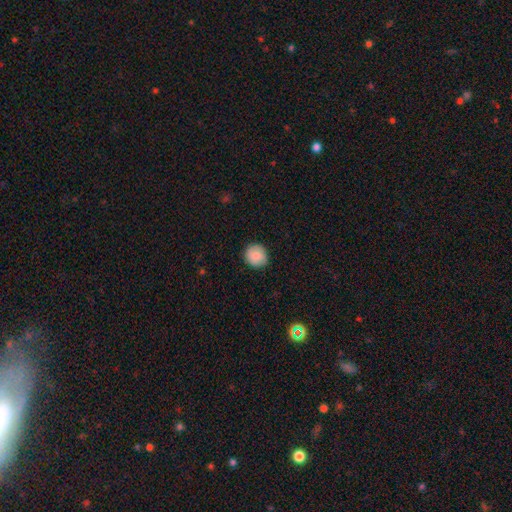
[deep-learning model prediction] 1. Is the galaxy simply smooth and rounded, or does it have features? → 84% smooth, 9% featured or disk, 7% star or artifact.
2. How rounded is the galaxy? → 89% round, 11% in between, 1% cigar-shaped.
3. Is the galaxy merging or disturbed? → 87% none, 10% minor disturbance, 2% major disturbance, 1% merger.